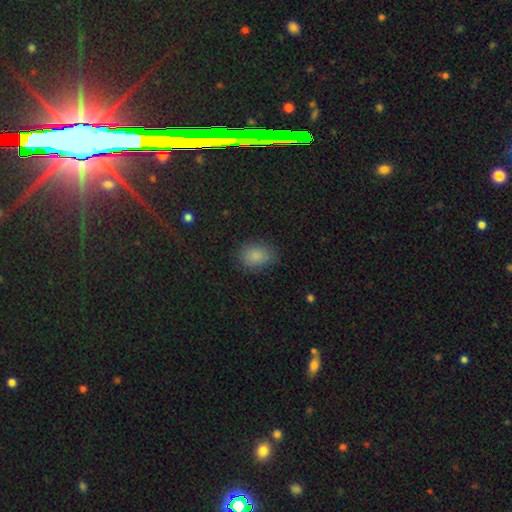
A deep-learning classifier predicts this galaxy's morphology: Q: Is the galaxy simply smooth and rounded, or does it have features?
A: smooth — 85%.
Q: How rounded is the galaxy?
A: in between — 72%.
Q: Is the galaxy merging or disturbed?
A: none — 77%.